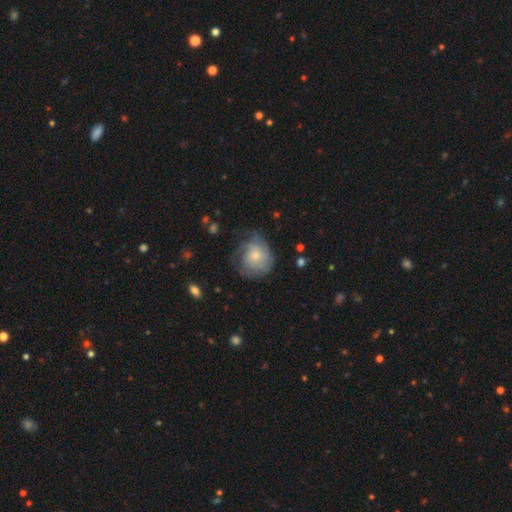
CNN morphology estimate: Smooth or featured: featured or disk — 47% (smooth — 45%)
Merging: none — 56% (minor disturbance — 26%)